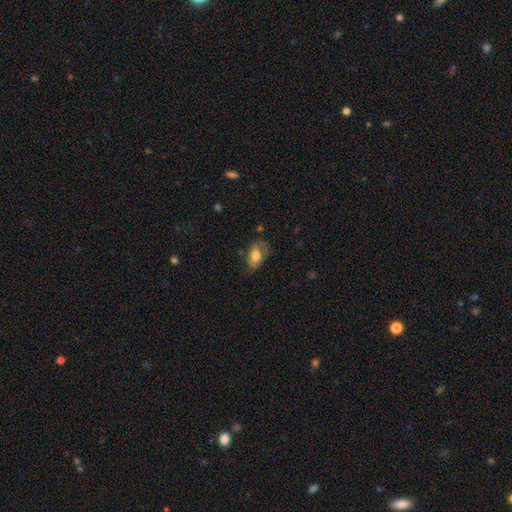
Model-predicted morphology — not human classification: smooth-or-featured: smooth: 63% | featured or disk: 29% | star or artifact: 8%
  how-rounded: in between: 88% | round: 9% | cigar-shaped: 3%
  merging: none: 49% | minor disturbance: 30% | major disturbance: 18% | merger: 2%